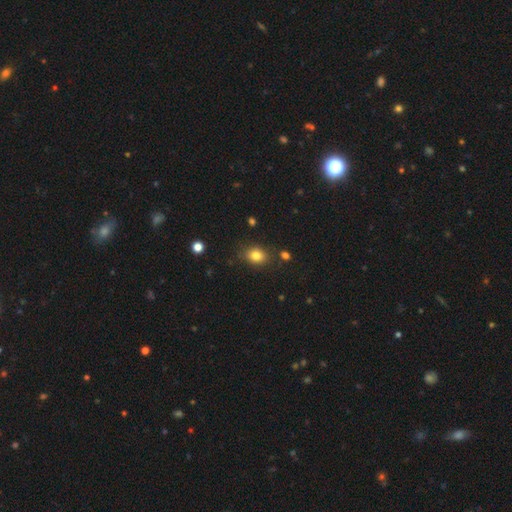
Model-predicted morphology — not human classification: The model was most divided on "how rounded": in between: 63%, round: 35%, cigar-shaped: 1%. More confident: smooth or featured — smooth (82%); merging — none (81%).